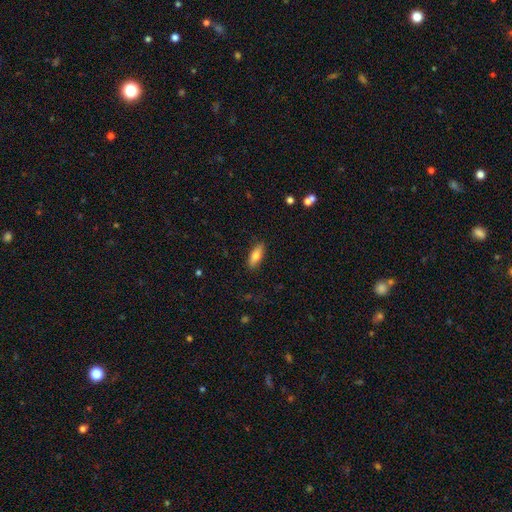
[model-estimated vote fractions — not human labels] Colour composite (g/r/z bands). It shows a smooth galaxy with no disk features (73%) that is in between round and cigar-shaped (61%). Merging: none (87%).